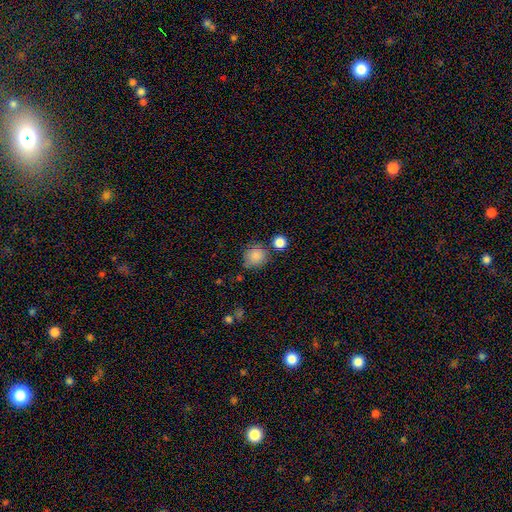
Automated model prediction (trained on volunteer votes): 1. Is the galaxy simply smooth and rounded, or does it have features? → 86% smooth, 9% star or artifact, 5% featured or disk.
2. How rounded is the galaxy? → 87% round, 12% in between, 1% cigar-shaped.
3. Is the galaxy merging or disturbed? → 70% none, 16% minor disturbance, 10% merger, 5% major disturbance.